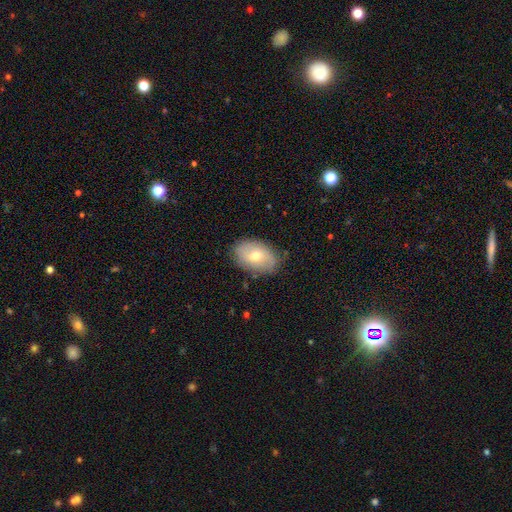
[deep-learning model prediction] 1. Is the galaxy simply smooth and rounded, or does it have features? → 55% smooth, 37% featured or disk, 7% star or artifact.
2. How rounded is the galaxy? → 89% in between, 10% round, 1% cigar-shaped.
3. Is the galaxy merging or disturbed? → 82% none, 14% minor disturbance, 3% major disturbance, 1% merger.